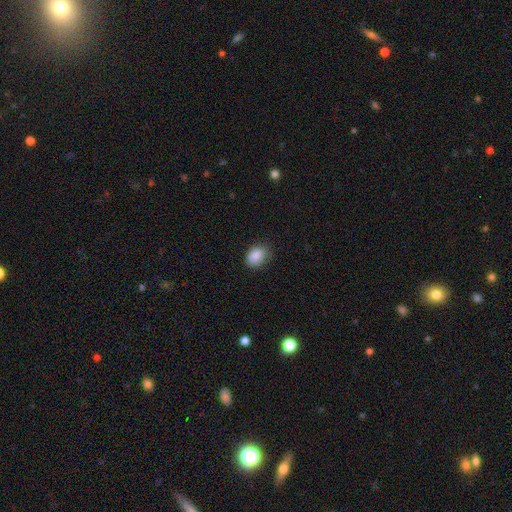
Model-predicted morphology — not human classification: Q: Smooth or featured?
A: smooth (87%); runner-up: star or artifact (8%)
Q: How rounded?
A: in between (73%); runner-up: round (26%)
Q: Merging?
A: none (76%); runner-up: minor disturbance (19%)